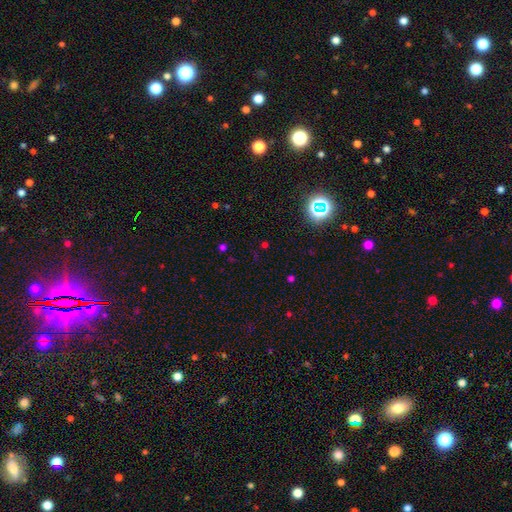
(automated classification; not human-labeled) smooth_or_featured: star or artifact (p=0.65) [alt: smooth p=0.27]